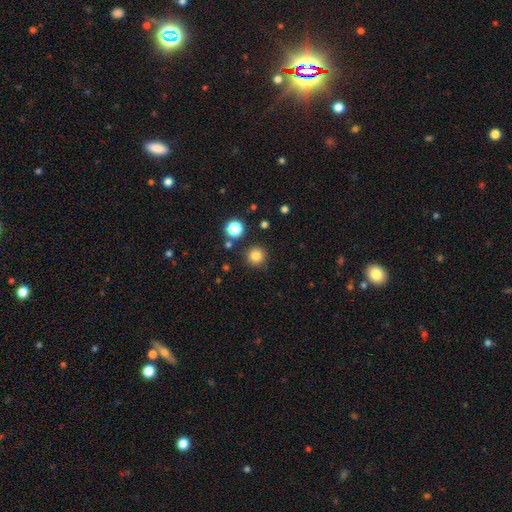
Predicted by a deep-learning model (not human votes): This is clearly a smooth galaxy (82%). How rounded: clearly round (95%). Merging: clearly none (89%).